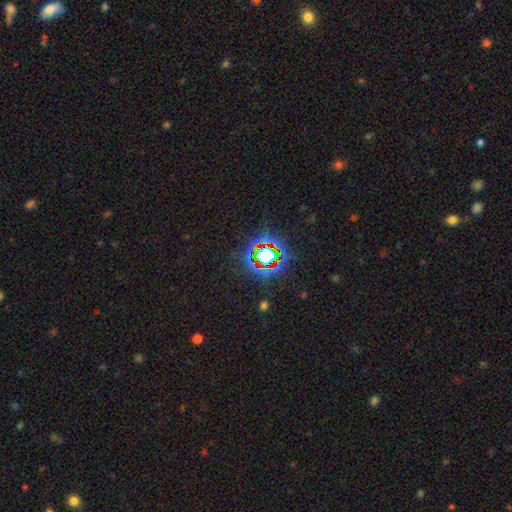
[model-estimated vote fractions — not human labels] This is likely a star or artifact rather than a galaxy (78%).